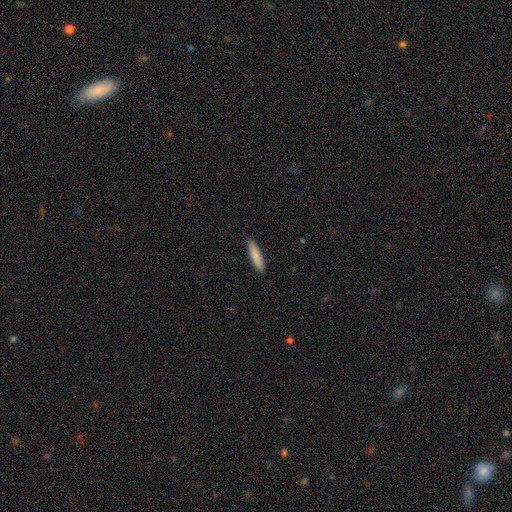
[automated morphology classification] A smooth galaxy with no disk features (86%) that is cigar-shaped (85%). Merging: none (90%).